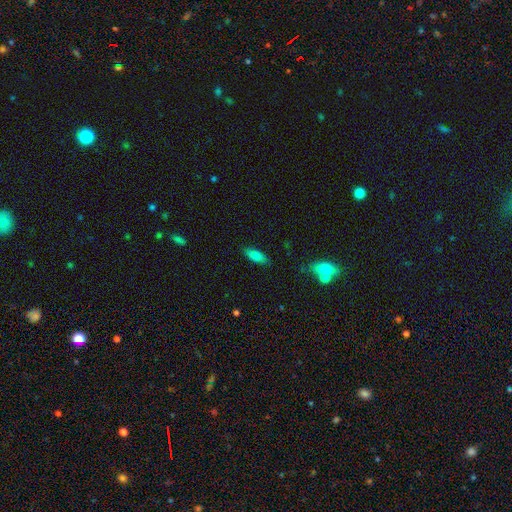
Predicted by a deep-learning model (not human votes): Smooth or featured?
  - smooth: 81% *
  - featured or disk: 11%
  - star or artifact: 8%
How rounded?
  - in between: 67% *
  - cigar-shaped: 31%
  - round: 2%
Merging?
  - none: 84% *
  - minor disturbance: 11%
  - major disturbance: 3%
  - merger: 2%